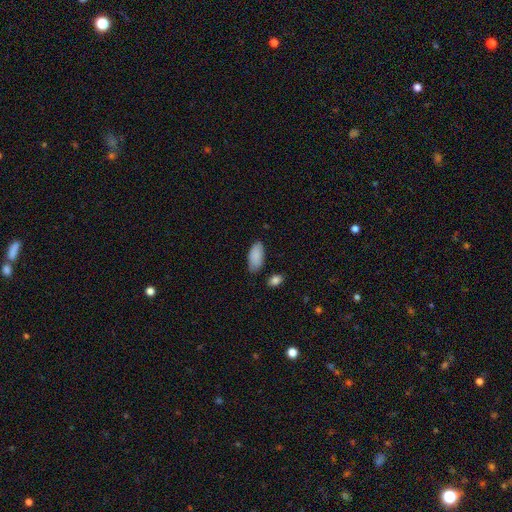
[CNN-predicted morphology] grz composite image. It shows a smooth galaxy with no disk features (88%) that is in between round and cigar-shaped (92%). Merging: none (78%).